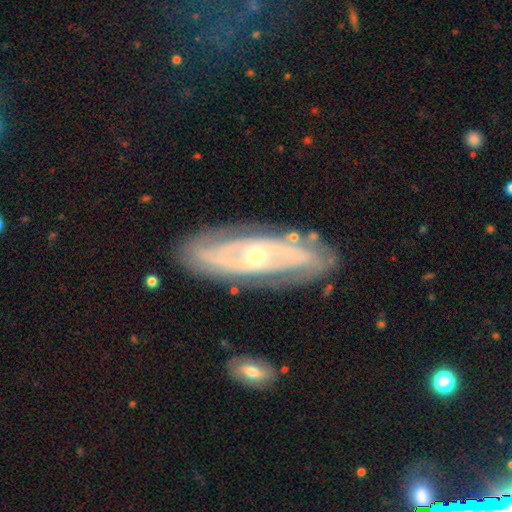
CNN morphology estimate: This appears to be a featured or disk galaxy (86%) with no bar (60%), 2 (45%) tight (63%) spiral arms (91%) and a small central bulge (60%). Merging: none (82%).